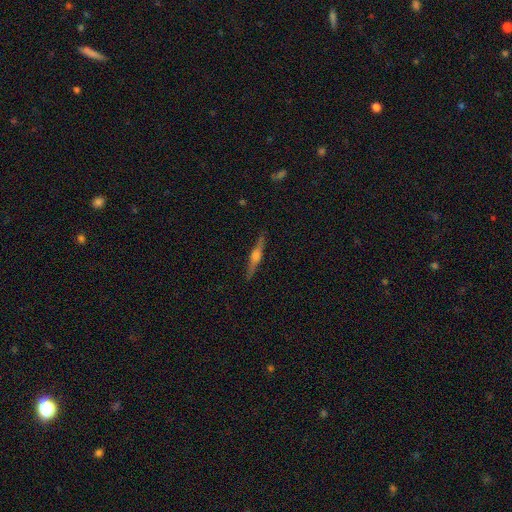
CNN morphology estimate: This is likely a featured or disk galaxy (75%). It is clearly viewed edge-on (98%). Edge-on bulge: clearly rounded (84%). Merging: clearly none (90%).